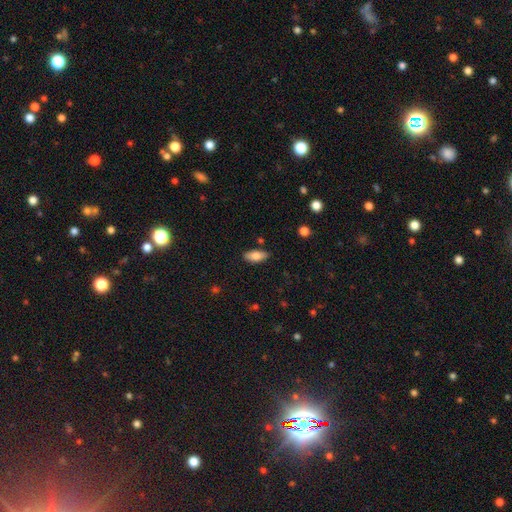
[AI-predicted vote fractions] Overall: smooth (80%). How rounded: in between (86%). Merging: none (80%).